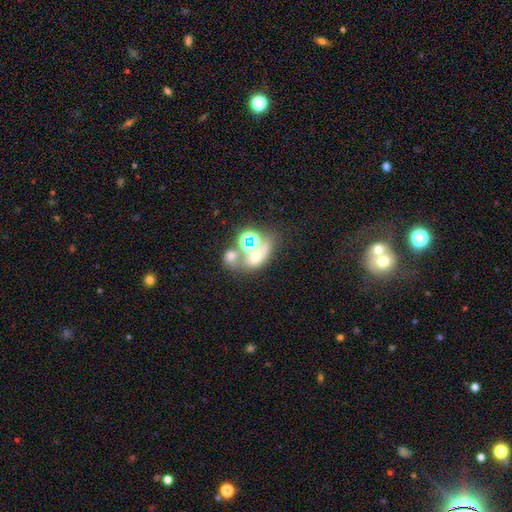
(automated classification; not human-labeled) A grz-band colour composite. It shows a smooth galaxy with no disk features (41%). Merging: merger (48%).